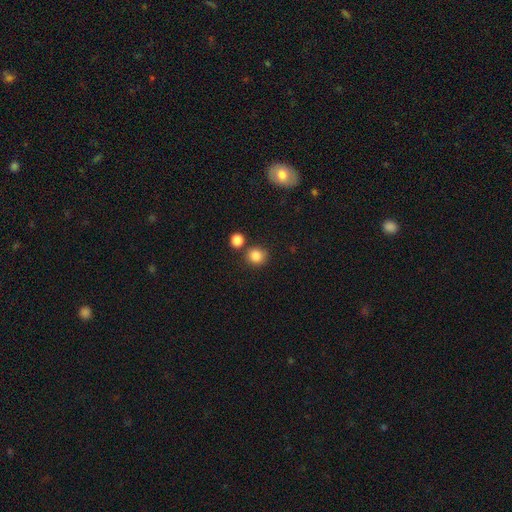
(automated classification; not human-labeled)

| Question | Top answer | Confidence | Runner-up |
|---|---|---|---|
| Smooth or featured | smooth | 85% | star or artifact (11%) |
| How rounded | round | 87% | in between (12%) |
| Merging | none | 75% | merger (13%) |